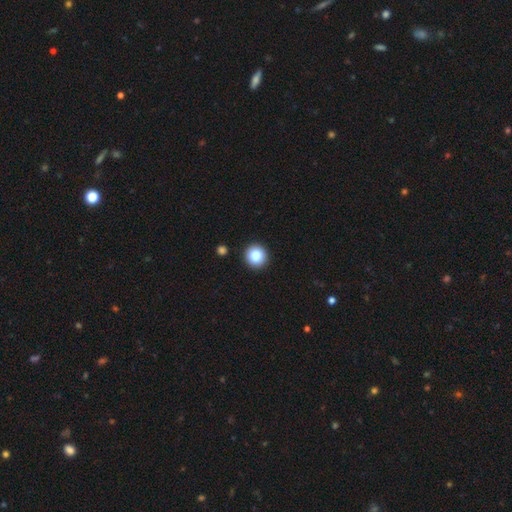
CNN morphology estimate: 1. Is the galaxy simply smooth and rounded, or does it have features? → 86% smooth, 10% star or artifact, 4% featured or disk.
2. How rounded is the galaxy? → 94% round, 5% in between, 1% cigar-shaped.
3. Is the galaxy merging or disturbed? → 91% none, 5% minor disturbance, 2% major disturbance, 2% merger.